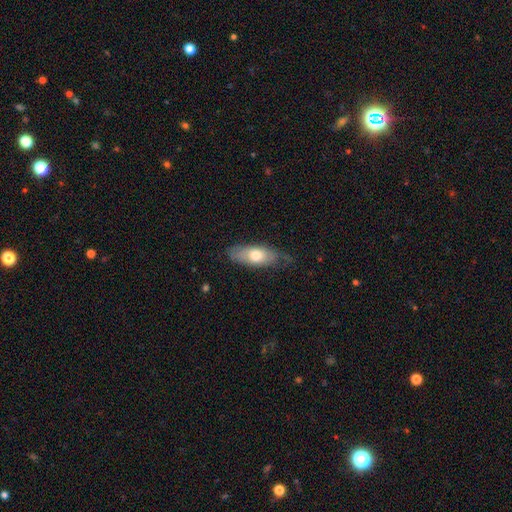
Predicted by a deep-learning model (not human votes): The model was most divided on "smooth or featured": smooth: 65%, featured or disk: 29%, star or artifact: 6%. More confident: how rounded — in between (77%); merging — none (64%).